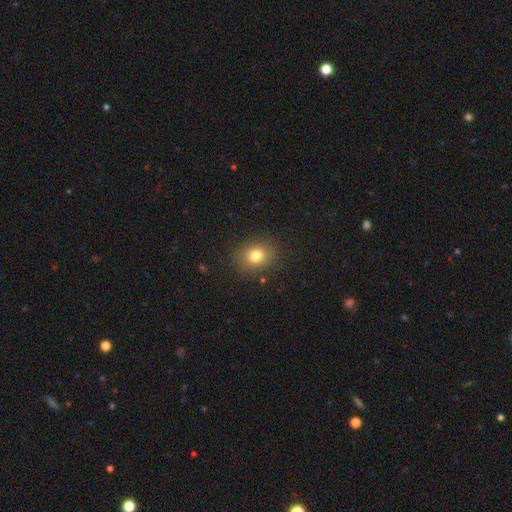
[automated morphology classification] type=smooth (79%); roundness=round (56%); merging=none (87%).